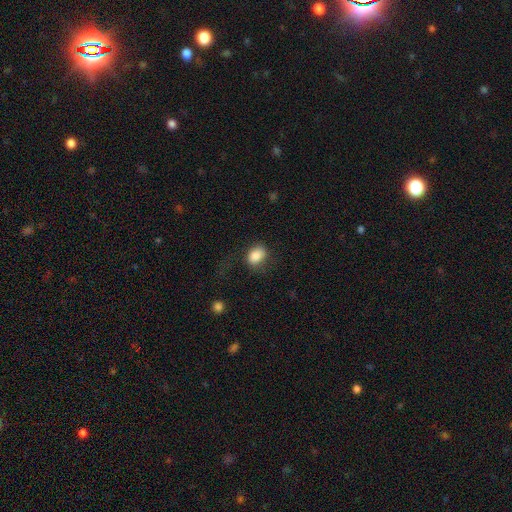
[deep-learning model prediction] The model was most divided on "how rounded": in between: 66%, round: 32%, cigar-shaped: 1%. More confident: smooth or featured — smooth (86%); merging — none (64%).